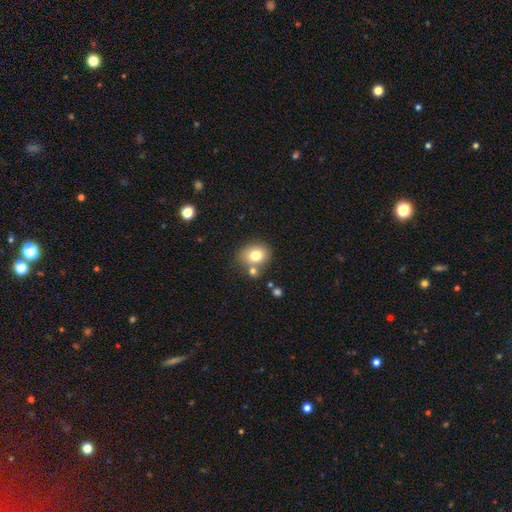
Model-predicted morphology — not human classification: type=smooth (78%); roundness=round (57%); merging=none (63%).